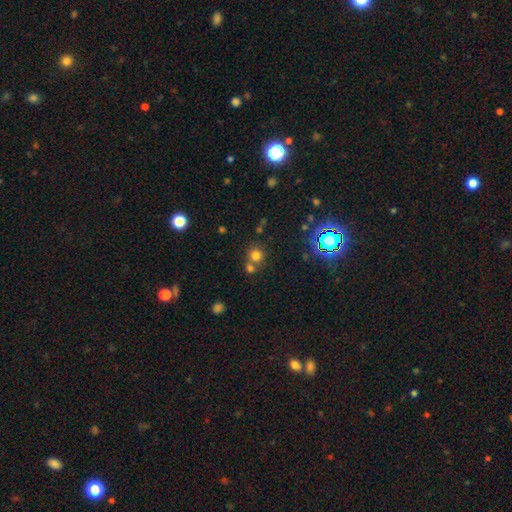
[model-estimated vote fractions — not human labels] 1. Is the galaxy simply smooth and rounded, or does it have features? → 72% smooth, 19% star or artifact, 8% featured or disk.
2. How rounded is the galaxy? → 87% round, 12% in between, 1% cigar-shaped.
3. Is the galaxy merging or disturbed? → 57% none, 32% merger, 7% minor disturbance, 3% major disturbance.